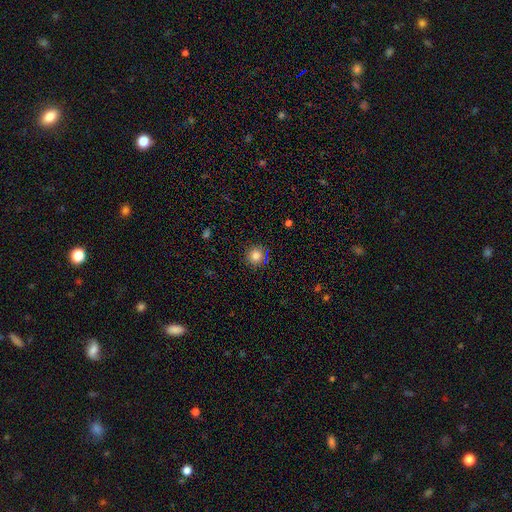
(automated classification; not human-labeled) Smooth or featured? smooth (81%)
How rounded? round (93%)
Merging? none (88%)